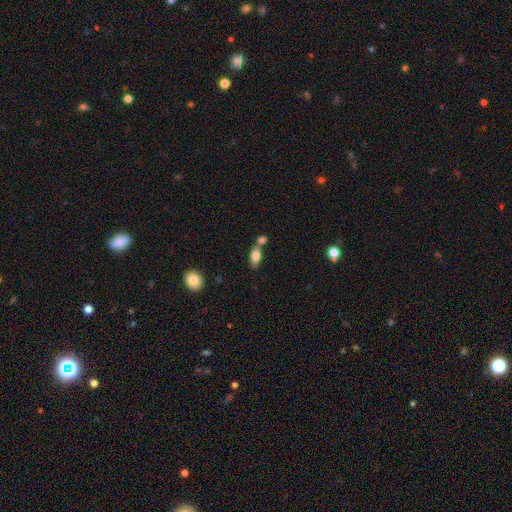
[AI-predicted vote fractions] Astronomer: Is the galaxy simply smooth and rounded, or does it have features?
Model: smooth — 75%.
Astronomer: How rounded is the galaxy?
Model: in between — 82%.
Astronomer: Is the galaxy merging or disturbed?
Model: none — 51% (runner-up: merger, 33%).